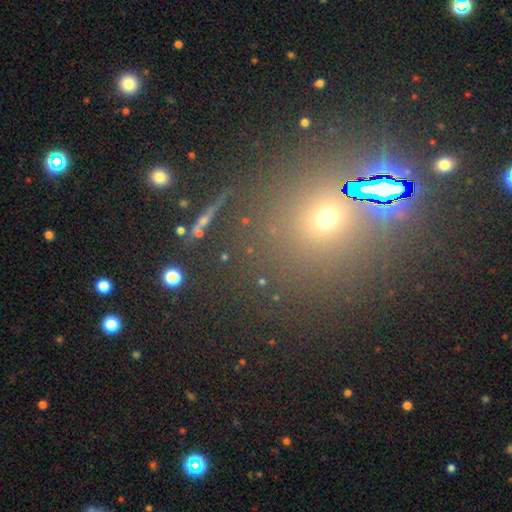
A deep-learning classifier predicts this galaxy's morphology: The model was most divided on "smooth or featured": star or artifact: 61%, smooth: 30%, featured or disk: 10%.